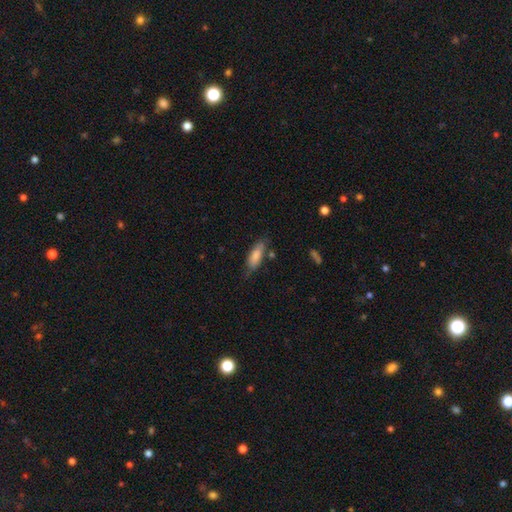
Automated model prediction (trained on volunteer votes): Morphology: type=smooth (81%); roundness=in between (63%); merging=none (65%).